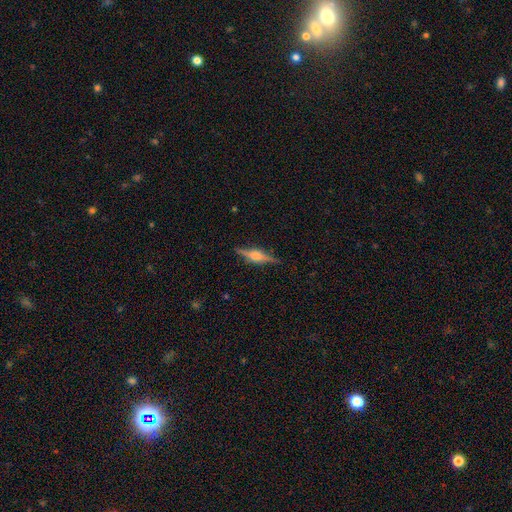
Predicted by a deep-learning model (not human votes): smooth-or-featured: featured or disk: 78% | smooth: 16% | star or artifact: 7%
  disk-edge-on: yes: 97% | no: 3%
    edge-on-bulge: rounded: 86% | boxy: 12% | none: 3%
  merging: none: 88% | minor disturbance: 9% | major disturbance: 2% | merger: 1%